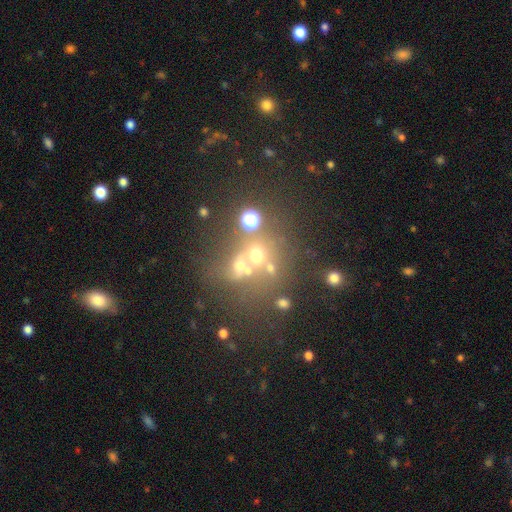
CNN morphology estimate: The model was most divided on "smooth or featured": smooth: 41%, star or artifact: 36%, featured or disk: 24%. Remaining: merging — none (45%).